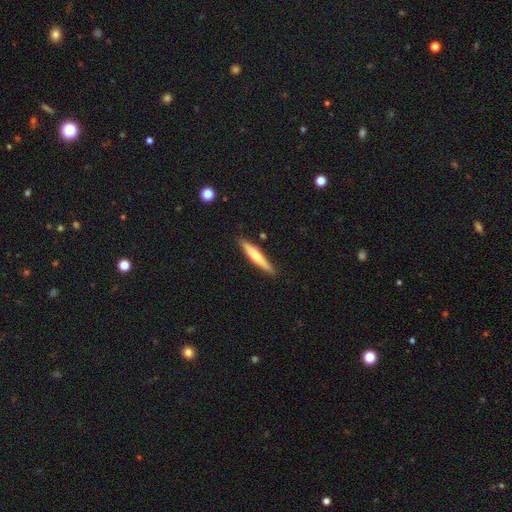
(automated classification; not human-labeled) A smooth galaxy with no disk features (49%). Merging: none (87%).